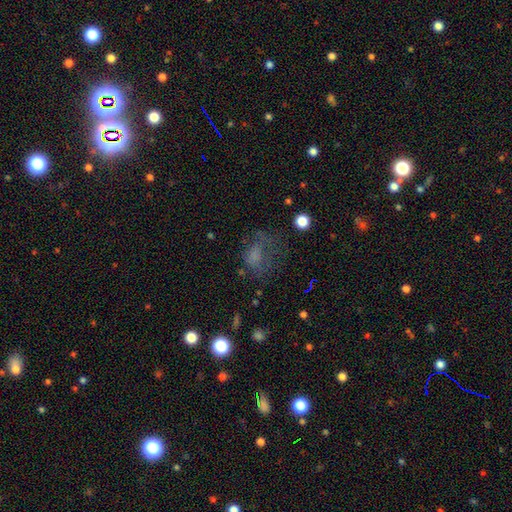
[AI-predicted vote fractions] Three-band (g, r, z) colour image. It shows a smooth galaxy with no disk features (53%) that is in between round and cigar-shaped (58%). Merging: none (38%, tied with major disturbance).